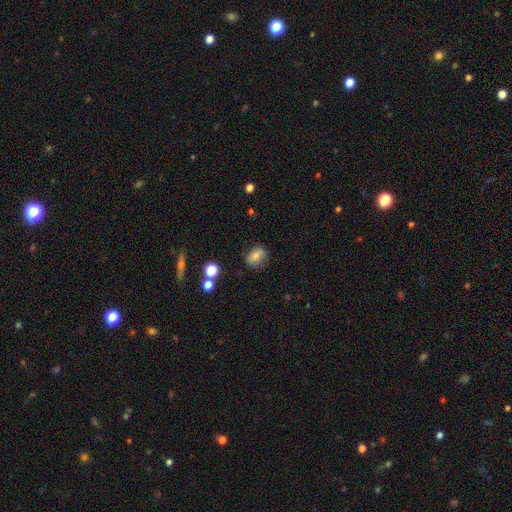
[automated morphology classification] Q: Smooth or featured?
A: smooth (72%); runner-up: featured or disk (17%)
Q: How rounded?
A: in between (60%); runner-up: round (39%)
Q: Merging?
A: none (75%); runner-up: minor disturbance (18%)